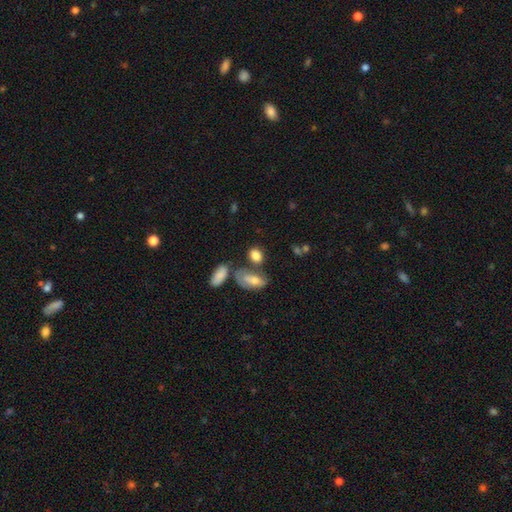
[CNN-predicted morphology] type=smooth (81%); roundness=in between (75%); merging=none (53%).